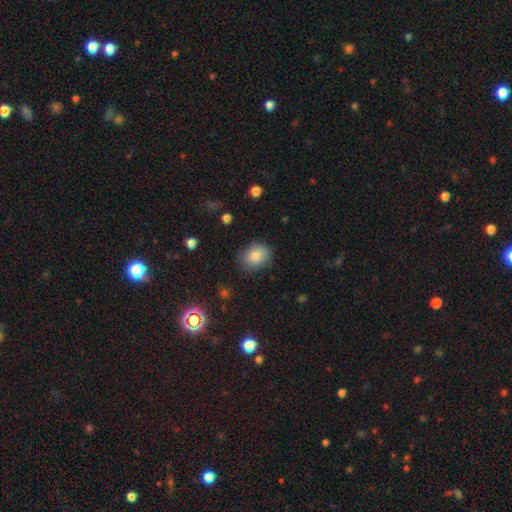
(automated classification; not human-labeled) Smooth or featured?
  - smooth: 84% *
  - star or artifact: 9%
  - featured or disk: 7%
How rounded?
  - in between: 51% *
  - round: 48%
  - cigar-shaped: 1%
Merging?
  - none: 77% *
  - minor disturbance: 17%
  - major disturbance: 4%
  - merger: 1%